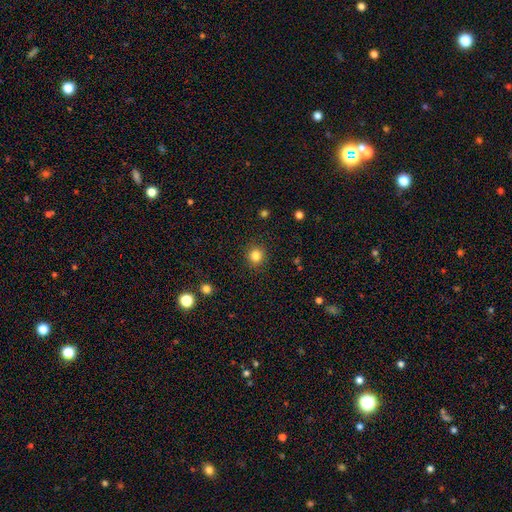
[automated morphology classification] This appears to be a smooth galaxy with no disk features (83%) that is round (91%). Merging: none (90%).